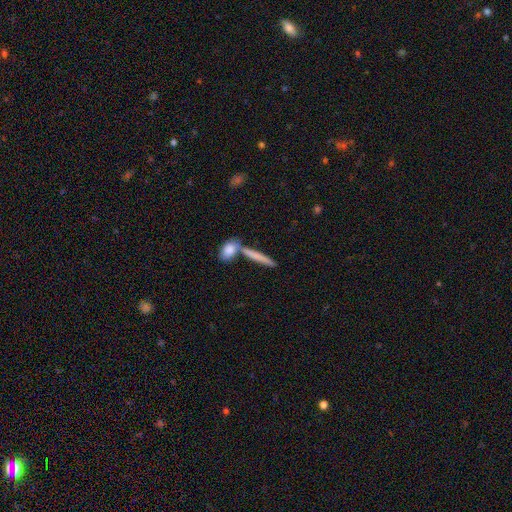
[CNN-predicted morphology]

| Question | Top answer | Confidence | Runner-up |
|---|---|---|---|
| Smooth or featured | smooth | 72% | featured or disk (22%) |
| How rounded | cigar-shaped | 80% | in between (16%) |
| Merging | none | 62% | merger (25%) |